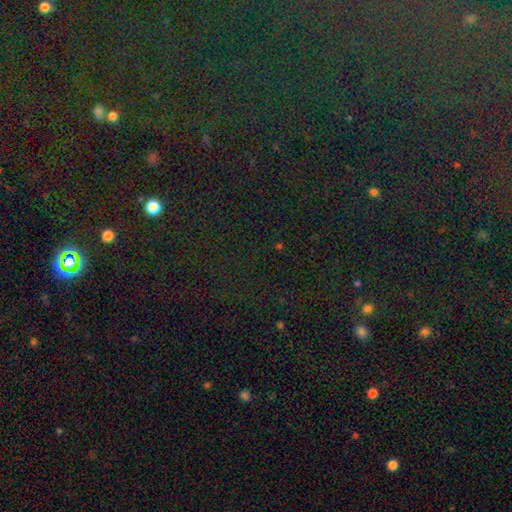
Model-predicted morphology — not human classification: This appears to be a star or artifact, not a galaxy (80%).